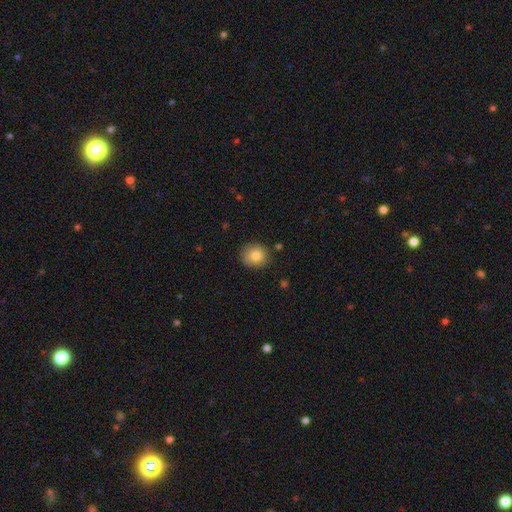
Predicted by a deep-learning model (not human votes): Smooth or featured: smooth — 81% (featured or disk — 10%)
How rounded: round — 83% (in between — 16%)
Merging: none — 83% (minor disturbance — 12%)